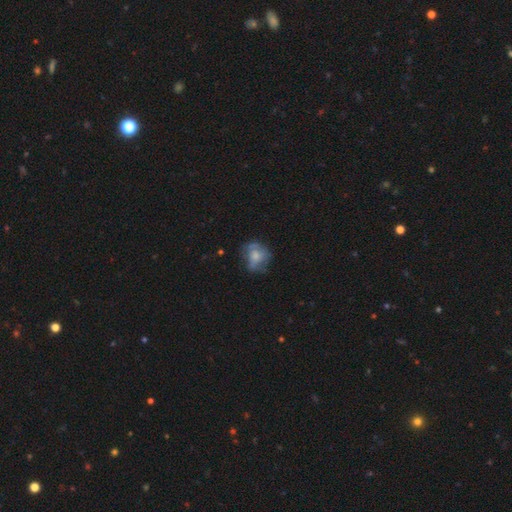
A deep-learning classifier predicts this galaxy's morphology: This appears to be a smooth galaxy with no disk features (52%) that is round (65%). Merging: none (51%).